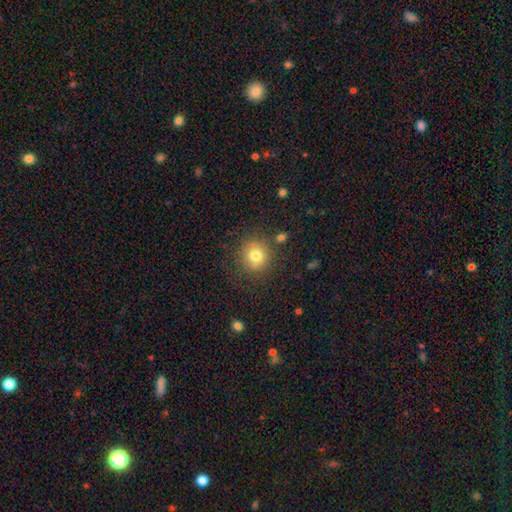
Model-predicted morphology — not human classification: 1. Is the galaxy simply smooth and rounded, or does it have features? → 78% smooth, 12% star or artifact, 10% featured or disk.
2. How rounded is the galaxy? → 89% round, 10% in between, 1% cigar-shaped.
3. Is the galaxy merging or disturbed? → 80% none, 12% minor disturbance, 5% major disturbance, 4% merger.